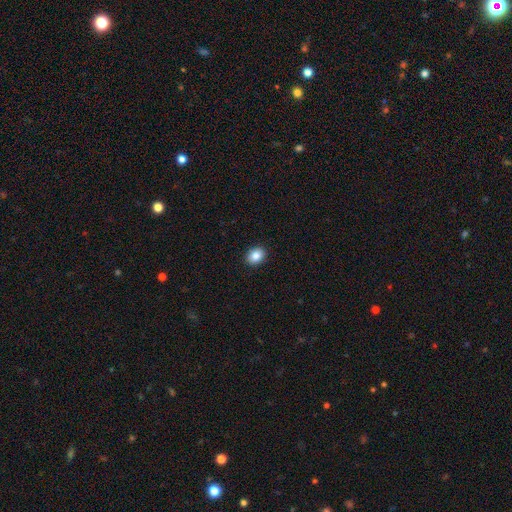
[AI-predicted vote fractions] Q: Smooth or featured?
A: smooth (86%); runner-up: star or artifact (9%)
Q: How rounded?
A: in between (50%); runner-up: round (49%)
Q: Merging?
A: none (92%); runner-up: minor disturbance (6%)